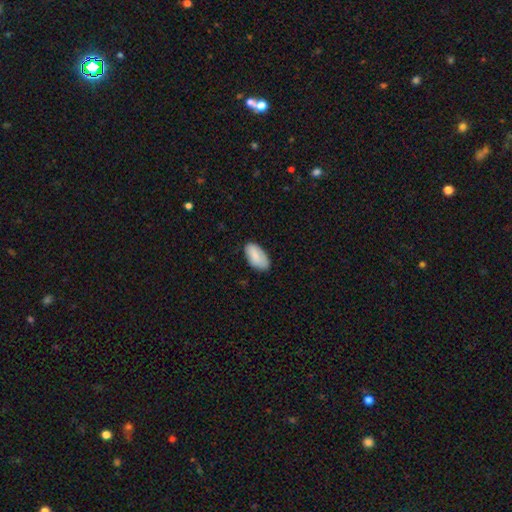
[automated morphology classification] This is clearly a smooth galaxy (86%). How rounded: clearly in between (95%). Merging: likely none (78%).